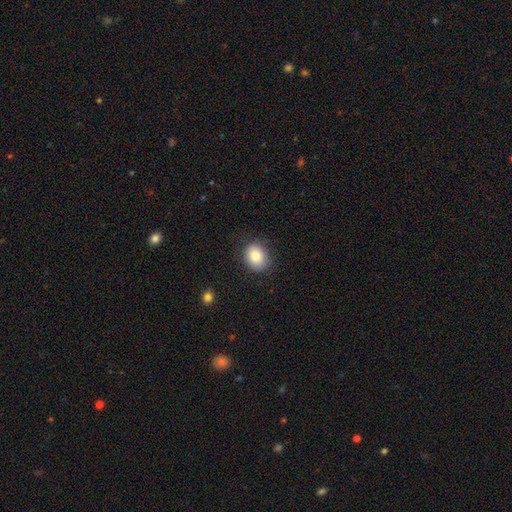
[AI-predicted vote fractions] Smooth or featured?
  - smooth: 81% *
  - featured or disk: 10%
  - star or artifact: 9%
How rounded?
  - round: 57% *
  - in between: 42%
  - cigar-shaped: 1%
Merging?
  - none: 83% *
  - minor disturbance: 13%
  - major disturbance: 3%
  - merger: 1%